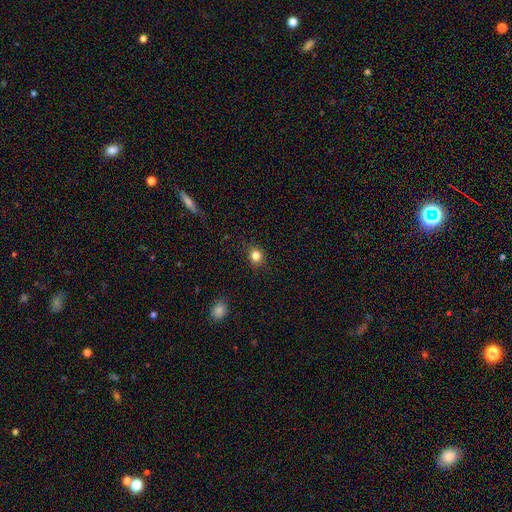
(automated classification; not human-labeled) A smooth galaxy with no disk features (82%) that is round (80%).

Vote fractions:
- Smooth or featured? smooth: 82% / star or artifact: 12% / featured or disk: 5%
- How rounded? round: 80% / in between: 19% / cigar-shaped: 1%
- Merging? none: 87% / minor disturbance: 9% / major disturbance: 2% / merger: 1%